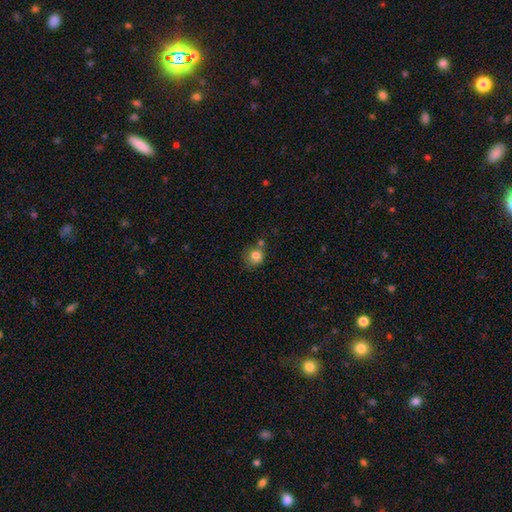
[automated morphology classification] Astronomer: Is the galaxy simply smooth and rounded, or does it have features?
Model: smooth — 81%.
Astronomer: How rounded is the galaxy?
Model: round — 87%.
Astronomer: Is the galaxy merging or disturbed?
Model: none — 62%.